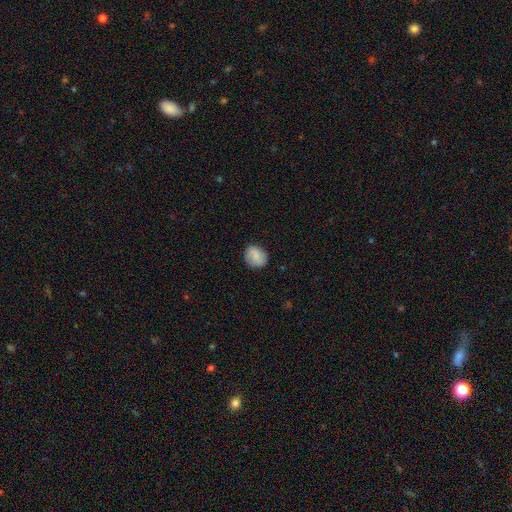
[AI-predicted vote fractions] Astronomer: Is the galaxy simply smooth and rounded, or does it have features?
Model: smooth — 79%.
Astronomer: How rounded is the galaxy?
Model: round — 69%.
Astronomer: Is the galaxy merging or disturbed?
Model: none — 83%.